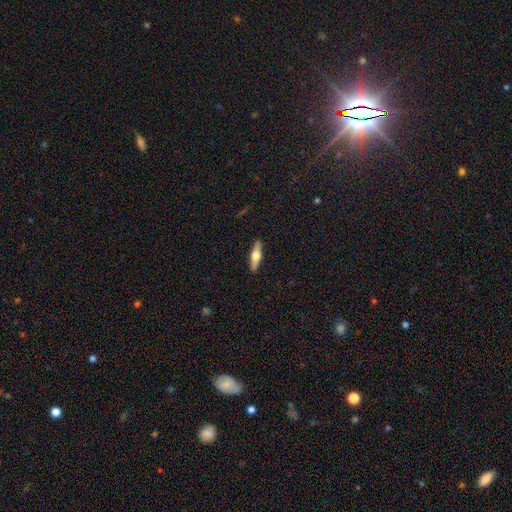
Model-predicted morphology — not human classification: Smooth or featured?
  - featured or disk: 57% *
  - smooth: 37%
  - star or artifact: 5%
Edge-on disk?
  - yes: 95% *
  - no: 5%
Edge-on bulge?
  - rounded: 95% *
  - boxy: 3%
  - none: 2%
Merging?
  - none: 91% *
  - minor disturbance: 6%
  - major disturbance: 1%
  - merger: 1%